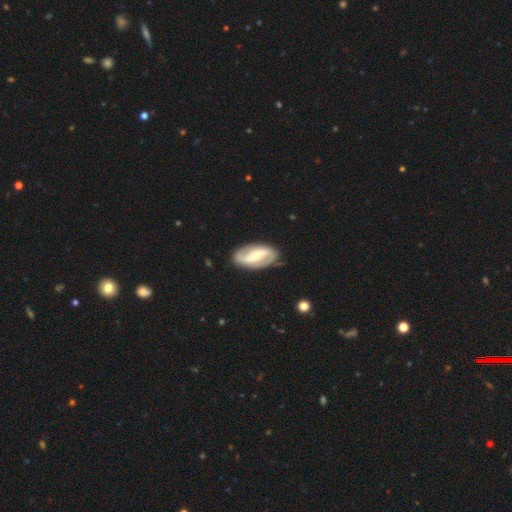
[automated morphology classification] Smooth or featured: featured or disk — 79% (smooth — 17%)
Edge-on disk: no — 96% (yes — 4%)
Bar: strong — 40% (weak — 38%)
Spiral arms: yes — 92% (no — 8%)
Spiral winding: loose — 42% (medium — 38%)
Spiral arm count: 2 — 91% (can't tell — 4%)
Bulge size: moderate — 45% (small — 44%)
Merging: none — 84% (minor disturbance — 12%)